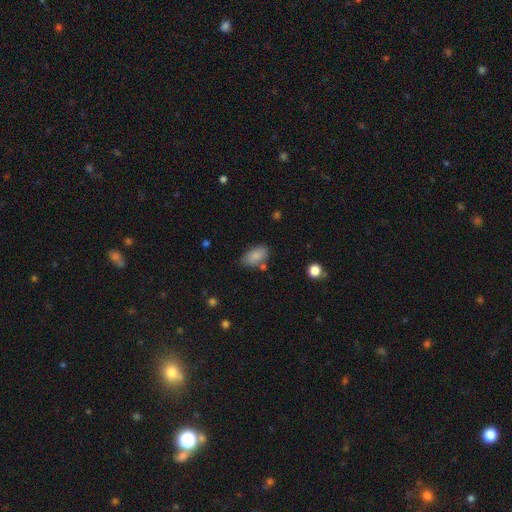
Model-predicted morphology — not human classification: Smooth or featured: smooth — 85% (featured or disk — 8%)
How rounded: in between — 93% (round — 5%)
Merging: none — 73% (minor disturbance — 17%)